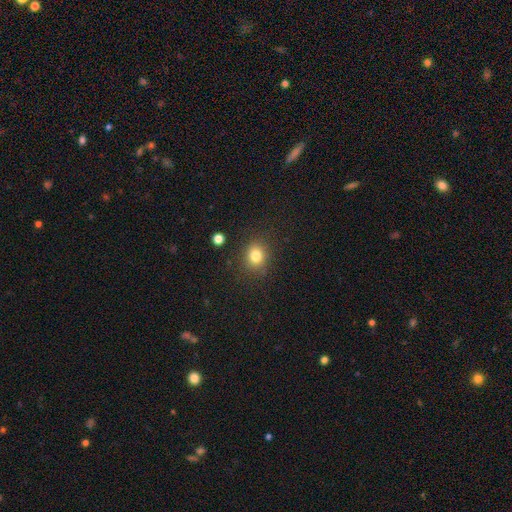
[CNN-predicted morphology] Smooth or featured? Predicted: smooth (p=0.80). How rounded? Predicted: round (p=0.70). Merging? Predicted: none (p=0.84).